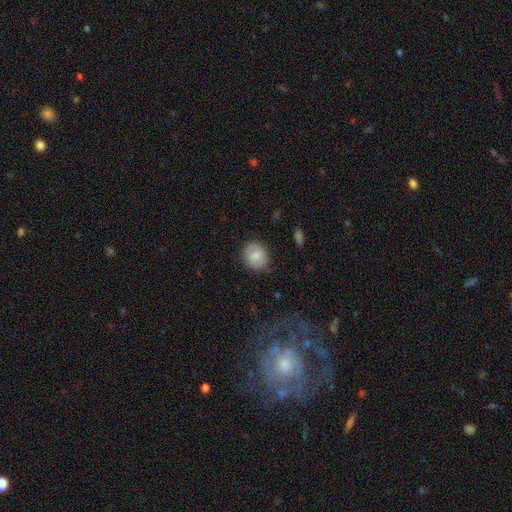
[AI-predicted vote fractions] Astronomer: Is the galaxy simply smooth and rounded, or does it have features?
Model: smooth — 76%.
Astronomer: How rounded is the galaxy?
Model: round — 72%.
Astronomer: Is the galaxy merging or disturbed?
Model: none — 83%.